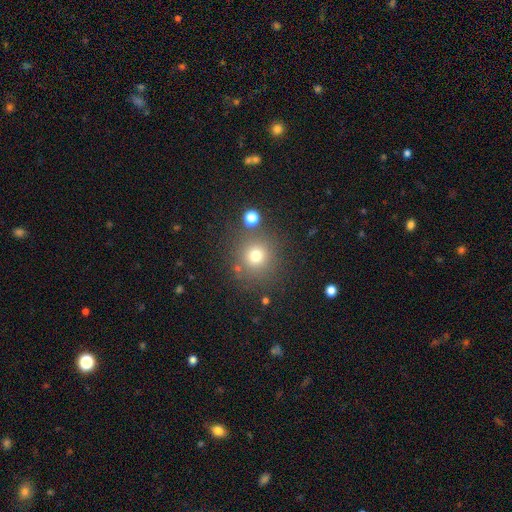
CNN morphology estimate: This appears to be a smooth galaxy with no disk features (73%) that is round (93%). Merging: none (81%).